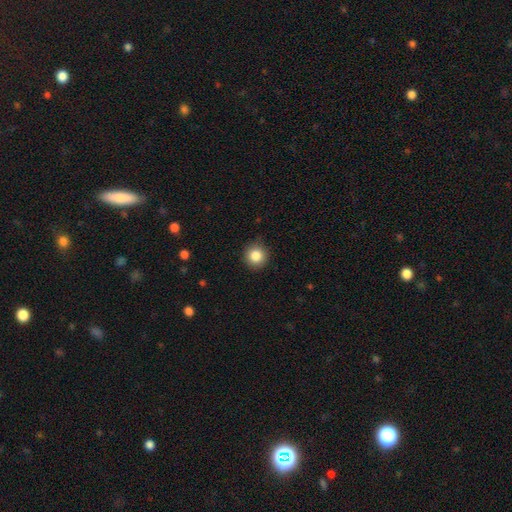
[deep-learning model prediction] This is clearly a smooth galaxy (85%). How rounded: clearly round (93%). Merging: clearly none (88%).